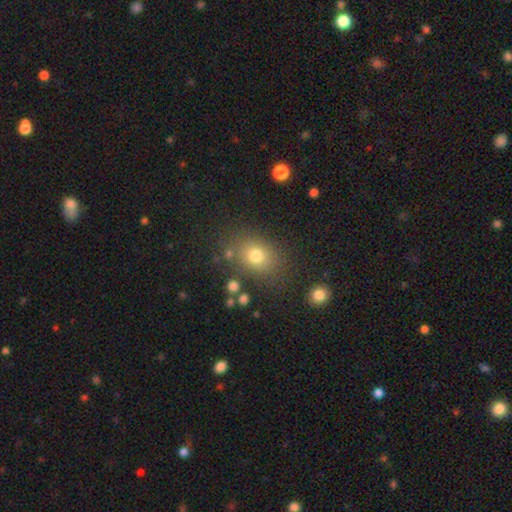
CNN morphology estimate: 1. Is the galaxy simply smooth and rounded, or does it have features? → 75% smooth, 16% star or artifact, 10% featured or disk.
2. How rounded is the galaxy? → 53% in between, 46% round, 1% cigar-shaped.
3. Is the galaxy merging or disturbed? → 78% none, 12% minor disturbance, 5% major disturbance, 5% merger.